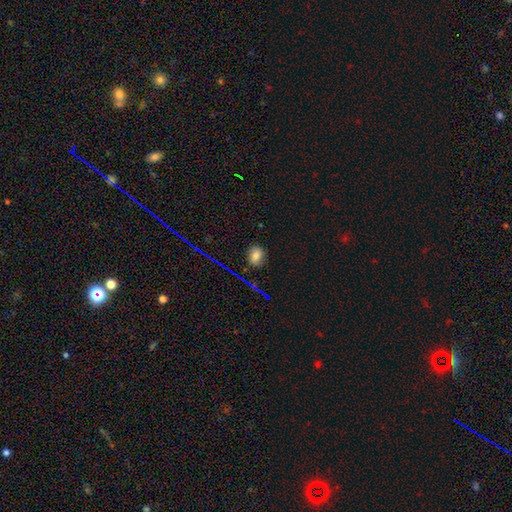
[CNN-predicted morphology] The model was most divided on "how rounded": in between: 51%, round: 48%, cigar-shaped: 2%. More confident: merging — none (82%); smooth or featured — smooth (72%).